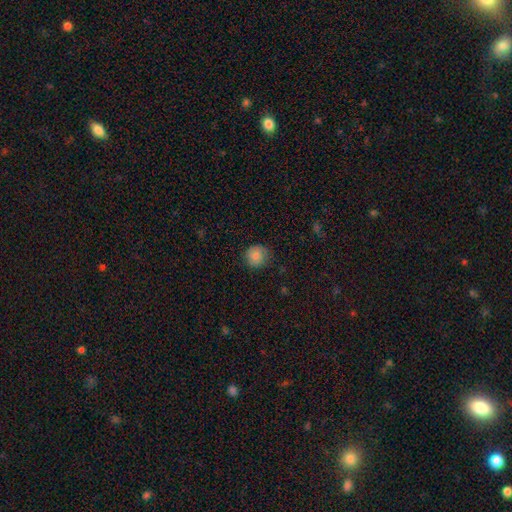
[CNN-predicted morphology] Smooth or featured?
  - smooth: 83% *
  - star or artifact: 9%
  - featured or disk: 8%
How rounded?
  - round: 87% *
  - in between: 12%
  - cigar-shaped: 1%
Merging?
  - none: 77% *
  - minor disturbance: 18%
  - major disturbance: 4%
  - merger: 1%